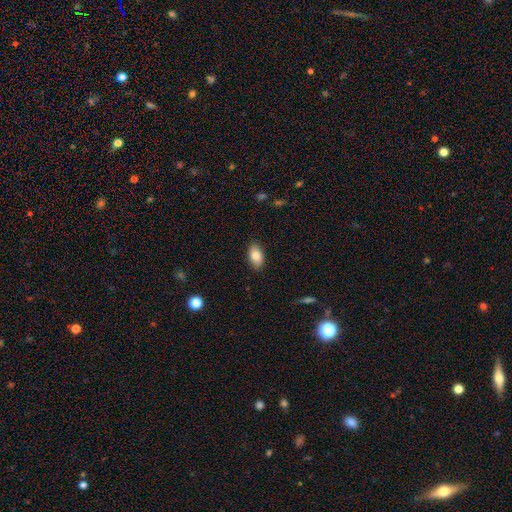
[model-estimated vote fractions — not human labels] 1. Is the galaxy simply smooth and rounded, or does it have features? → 84% smooth, 9% featured or disk, 7% star or artifact.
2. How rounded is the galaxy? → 92% in between, 6% round, 2% cigar-shaped.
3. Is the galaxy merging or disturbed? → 86% none, 10% minor disturbance, 2% major disturbance, 1% merger.